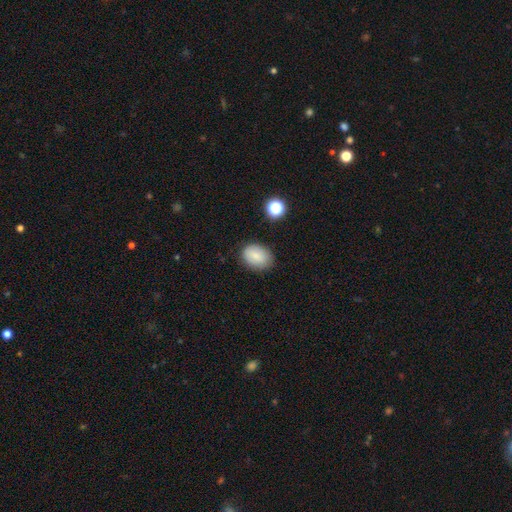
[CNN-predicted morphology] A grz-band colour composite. It shows a smooth galaxy with no disk features (84%) that is in between round and cigar-shaped (74%). Merging: none (82%).